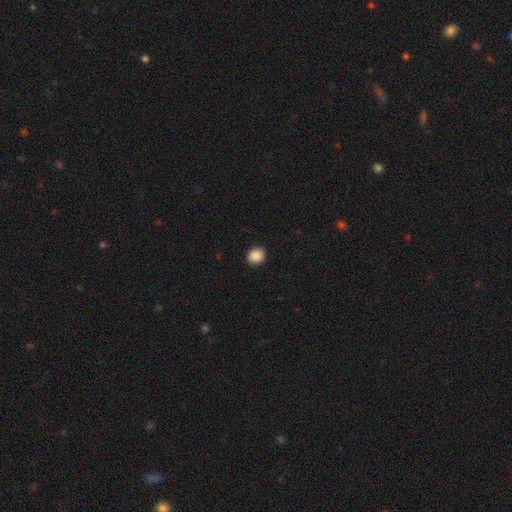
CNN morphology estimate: Smooth or featured?
  - smooth: 89% *
  - star or artifact: 9%
  - featured or disk: 2%
How rounded?
  - round: 74% *
  - in between: 25%
  - cigar-shaped: 1%
Merging?
  - none: 91% *
  - minor disturbance: 6%
  - major disturbance: 2%
  - merger: 1%